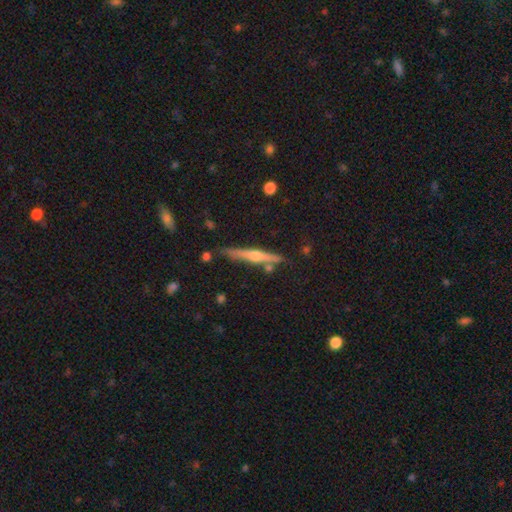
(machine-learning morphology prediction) The model was most divided on "smooth or featured": featured or disk: 73%, smooth: 19%, star or artifact: 7%. More confident: edge-on disk — yes (97%); edge-on bulge — rounded (86%); merging — none (82%).